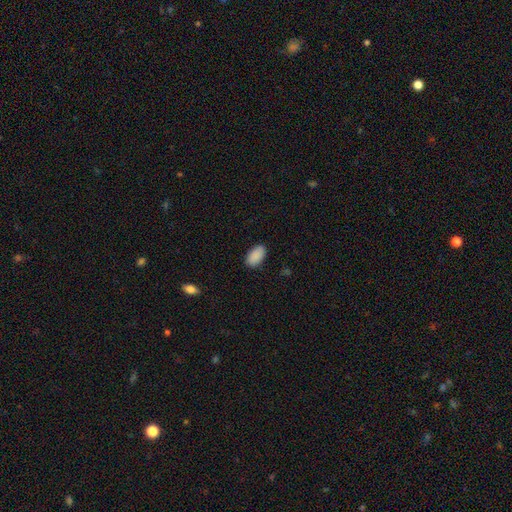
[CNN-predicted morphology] A smooth galaxy with no disk features (90%) that is in between round and cigar-shaped (95%).

Vote fractions:
- Smooth or featured? smooth: 90% / star or artifact: 7% / featured or disk: 3%
- How rounded? in between: 95% / round: 3% / cigar-shaped: 2%
- Merging? none: 87% / minor disturbance: 9% / major disturbance: 2% / merger: 1%